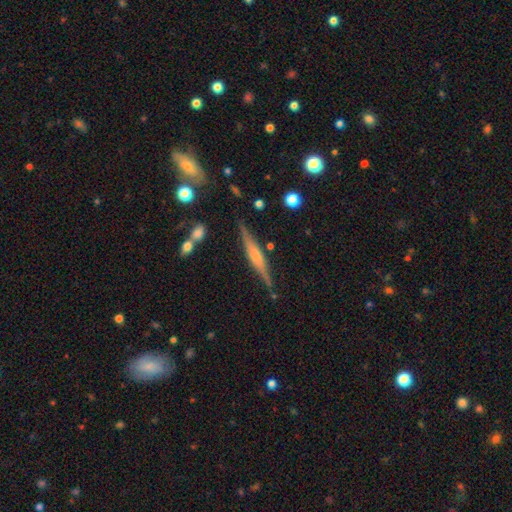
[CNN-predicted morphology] smooth-or-featured: featured or disk: 66% | smooth: 27% | star or artifact: 7%
  disk-edge-on: yes: 97% | no: 3%
    edge-on-bulge: rounded: 55% | boxy: 25% | none: 20%
  merging: none: 83% | minor disturbance: 11% | merger: 3% | major disturbance: 2%